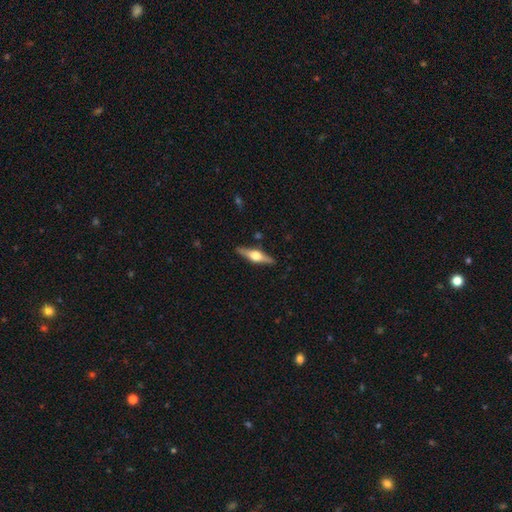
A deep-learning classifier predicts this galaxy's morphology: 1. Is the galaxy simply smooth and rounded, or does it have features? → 72% featured or disk, 22% smooth, 5% star or artifact.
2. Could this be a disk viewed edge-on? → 97% yes, 3% no.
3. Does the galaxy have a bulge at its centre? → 95% rounded, 4% boxy, 1% none.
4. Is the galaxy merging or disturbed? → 89% none, 8% minor disturbance, 2% major disturbance, 1% merger.